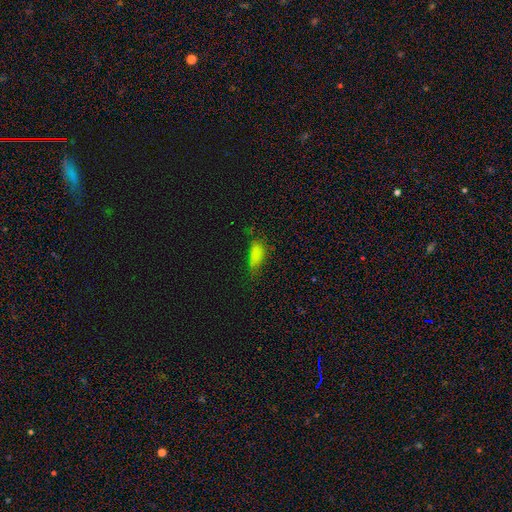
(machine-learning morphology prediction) Q: Smooth or featured?
A: smooth (72%); runner-up: star or artifact (18%)
Q: How rounded?
A: in between (78%); runner-up: cigar-shaped (18%)
Q: Merging?
A: none (47%); runner-up: minor disturbance (33%)